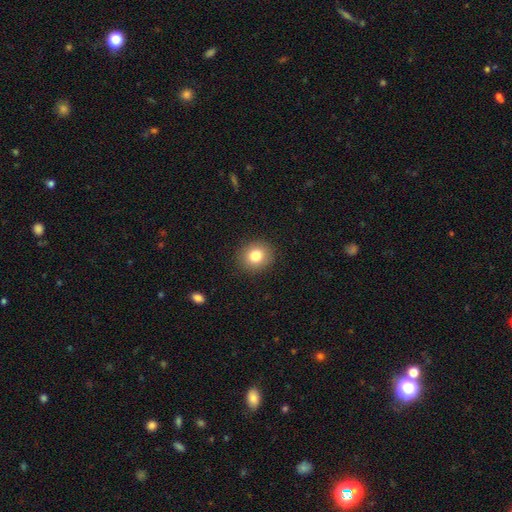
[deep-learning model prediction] smooth 81%, star or artifact 10%, featured or disk 9%. Down the decision tree: how rounded — round (80%); merging — none (90%).